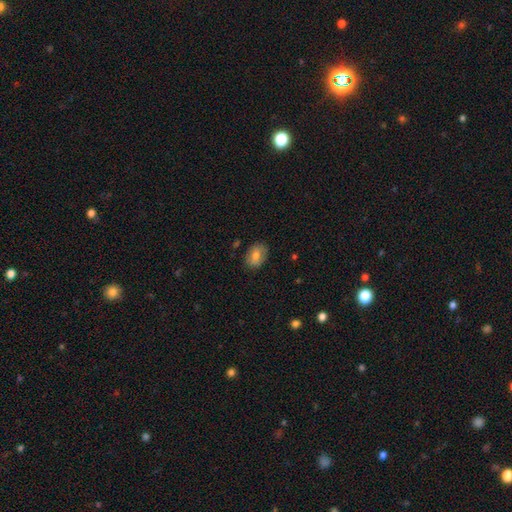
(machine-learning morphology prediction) Smooth or featured? smooth (70%)
How rounded? in between (73%)
Merging? none (80%)